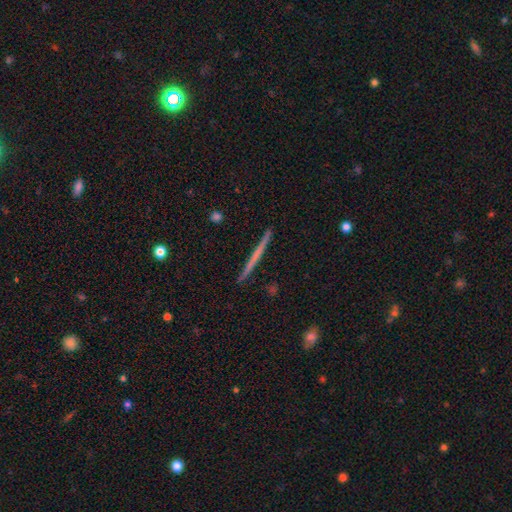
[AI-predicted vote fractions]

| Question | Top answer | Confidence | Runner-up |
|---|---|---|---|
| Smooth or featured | featured or disk | 53% | smooth (41%) |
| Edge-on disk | yes | 98% | no (2%) |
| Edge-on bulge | none | 89% | rounded (8%) |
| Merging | none | 93% | minor disturbance (5%) |